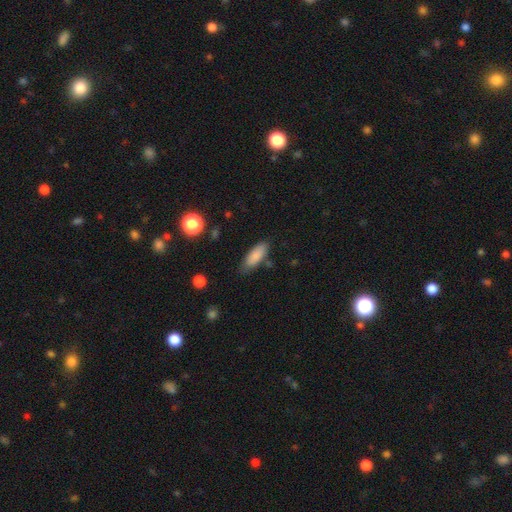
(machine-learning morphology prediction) Q: Smooth or featured?
A: smooth (86%); runner-up: featured or disk (7%)
Q: How rounded?
A: in between (70%); runner-up: cigar-shaped (28%)
Q: Merging?
A: none (76%); runner-up: minor disturbance (17%)